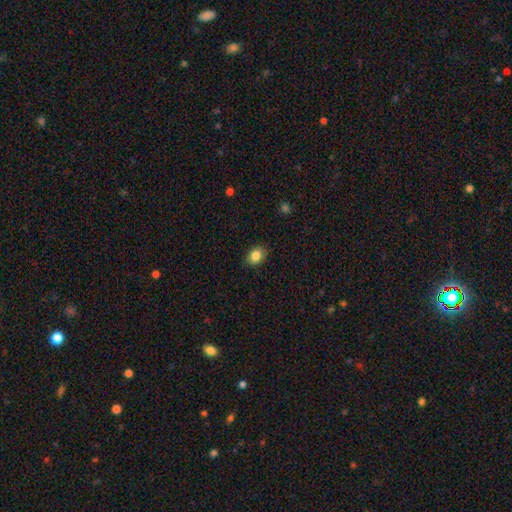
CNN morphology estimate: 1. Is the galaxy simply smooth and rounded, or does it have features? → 85% smooth, 9% star or artifact, 6% featured or disk.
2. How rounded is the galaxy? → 62% in between, 37% round, 1% cigar-shaped.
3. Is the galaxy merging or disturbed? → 88% none, 9% minor disturbance, 2% major disturbance, 1% merger.